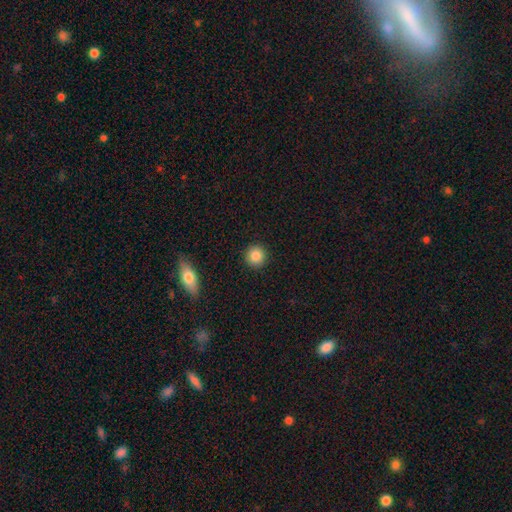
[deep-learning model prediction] Smooth or featured: smooth — 86% (star or artifact — 9%)
How rounded: round — 94% (in between — 5%)
Merging: none — 92% (minor disturbance — 5%)